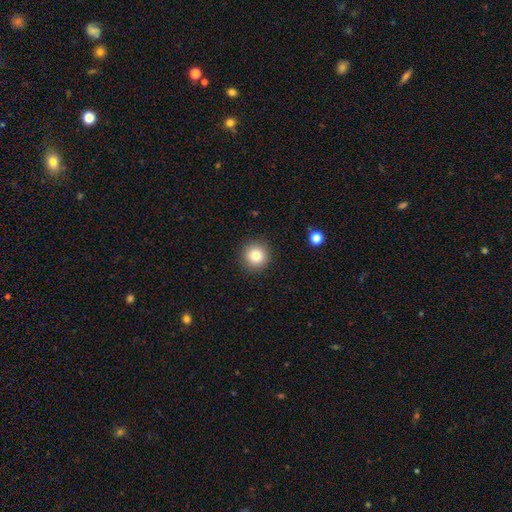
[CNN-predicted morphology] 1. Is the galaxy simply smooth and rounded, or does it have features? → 83% smooth, 10% star or artifact, 7% featured or disk.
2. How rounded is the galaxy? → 95% round, 4% in between, 1% cigar-shaped.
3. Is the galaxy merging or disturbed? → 91% none, 6% minor disturbance, 2% major disturbance, 1% merger.